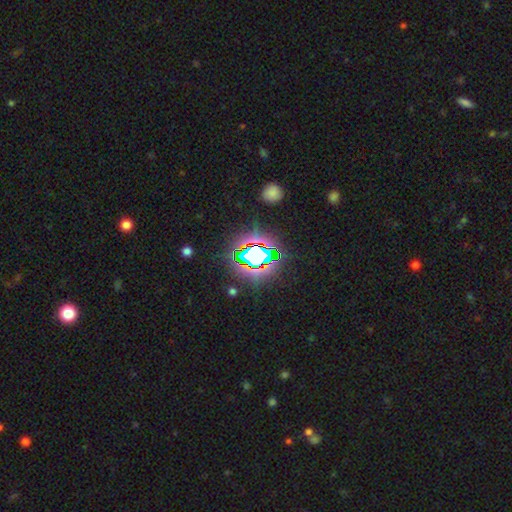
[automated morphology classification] smooth-or-featured: star or artifact: 72% | smooth: 17% | featured or disk: 11%